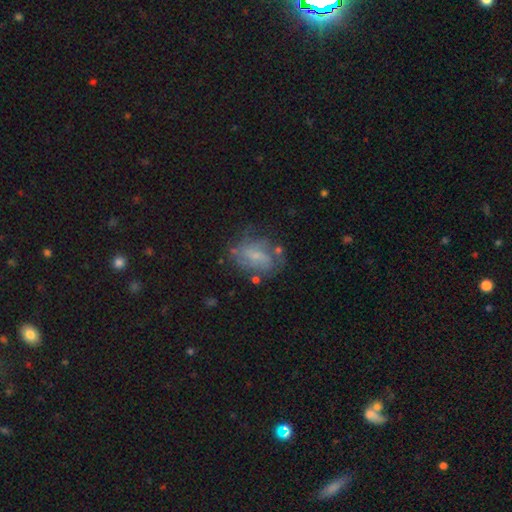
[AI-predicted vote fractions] Smooth or featured? featured or disk (57%)
Edge-on disk? no (97%)
Bar? weak (46%)
Spiral arms? yes (69%)
Bulge size? small (59%)
Merging? none (53%)